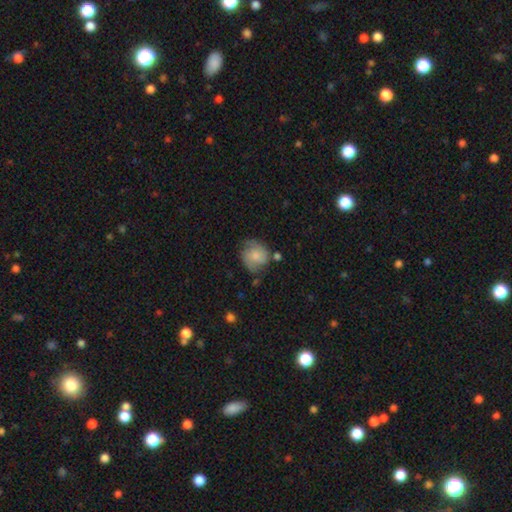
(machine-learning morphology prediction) Smooth or featured: smooth — 64% (featured or disk — 28%)
How rounded: round — 80% (in between — 19%)
Merging: none — 59% (minor disturbance — 27%)